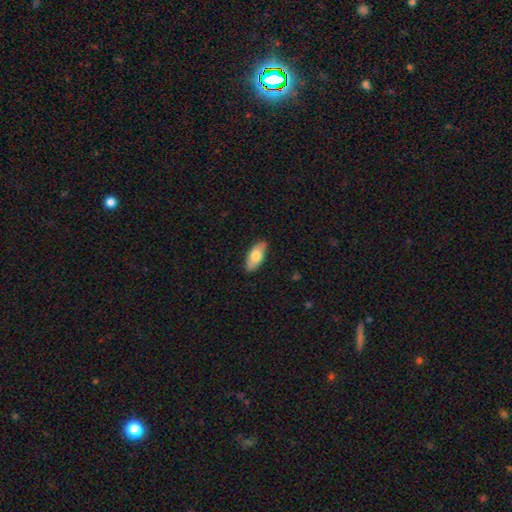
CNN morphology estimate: Smooth or featured?
  - smooth: 73% *
  - featured or disk: 21%
  - star or artifact: 6%
How rounded?
  - in between: 89% *
  - cigar-shaped: 9%
  - round: 2%
Merging?
  - none: 85% *
  - minor disturbance: 12%
  - major disturbance: 2%
  - merger: 1%